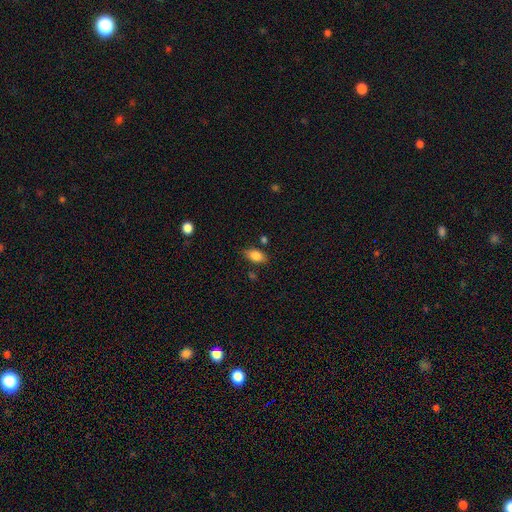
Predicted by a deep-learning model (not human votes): Overall: smooth (83%). How rounded: in between (88%). Merging: none (79%).